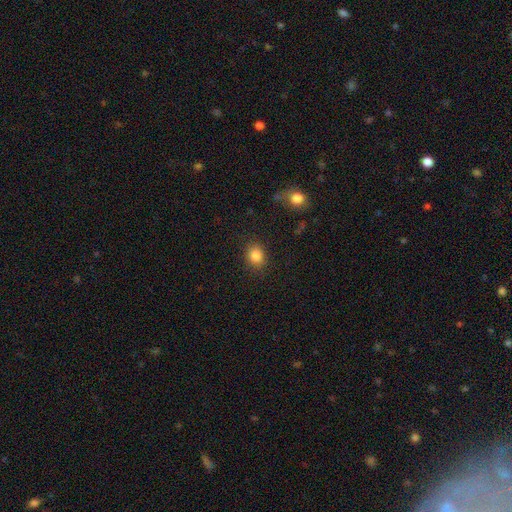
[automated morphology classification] This is clearly a smooth galaxy (84%). How rounded: possibly round (60%). Merging: clearly none (87%).